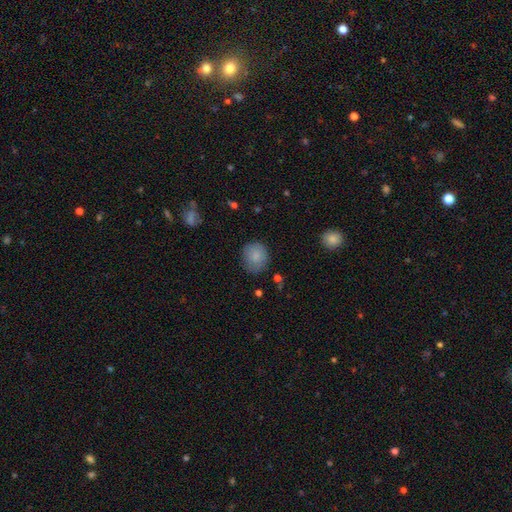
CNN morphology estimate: Smooth or featured? Predicted: smooth (p=0.84). How rounded? Predicted: round (p=0.75). Merging? Predicted: none (p=0.75).